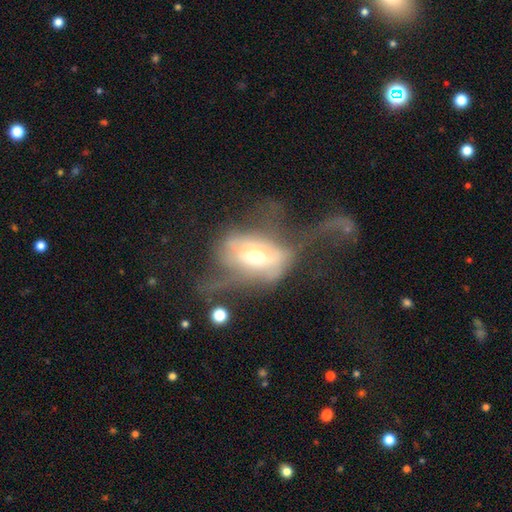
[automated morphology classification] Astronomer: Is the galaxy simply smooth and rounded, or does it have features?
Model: featured or disk — 59%.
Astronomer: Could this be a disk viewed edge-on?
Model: no — 84%.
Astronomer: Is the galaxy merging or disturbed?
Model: major disturbance — 63%.